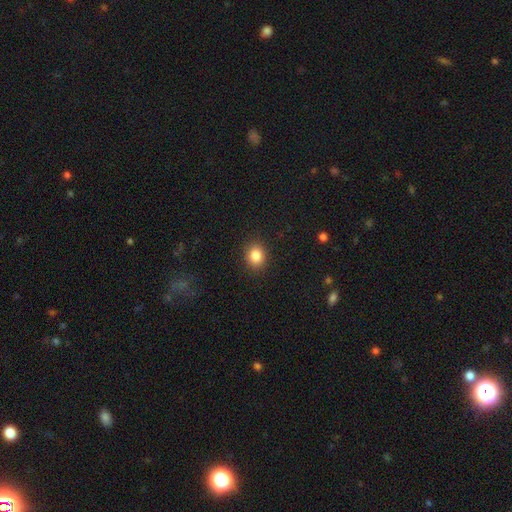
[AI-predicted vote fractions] Smooth or featured?
  - smooth: 85% *
  - star or artifact: 10%
  - featured or disk: 5%
How rounded?
  - round: 61% *
  - in between: 38%
  - cigar-shaped: 1%
Merging?
  - none: 89% *
  - minor disturbance: 8%
  - major disturbance: 2%
  - merger: 1%